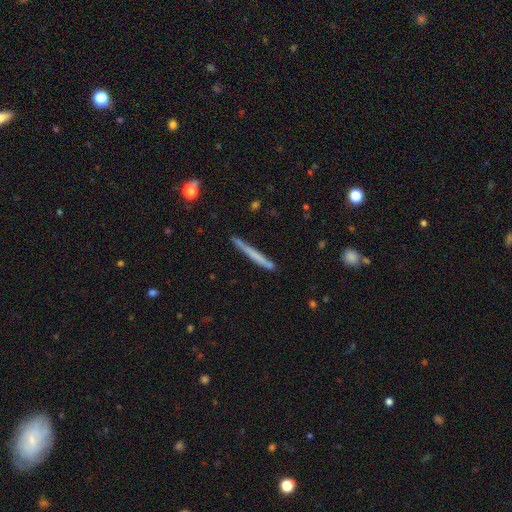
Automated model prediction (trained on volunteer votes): smooth 58%, featured or disk 37%, star or artifact 6%. Down the decision tree: how rounded — cigar-shaped (97%); merging — none (86%).